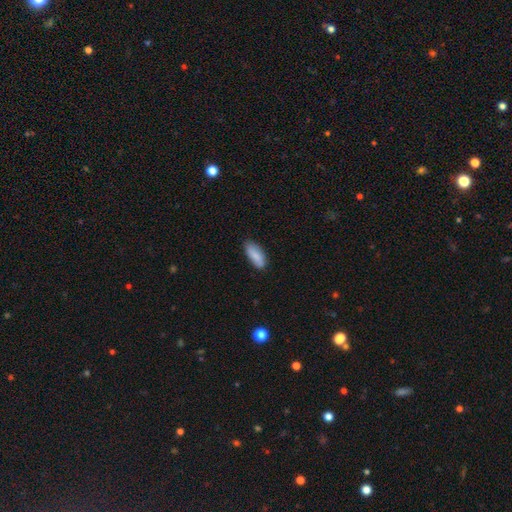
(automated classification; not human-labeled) smooth_or_featured: smooth (p=0.86) [alt: featured or disk p=0.08]
how_rounded: in between (p=0.79) [alt: cigar-shaped p=0.19]
merging: none (p=0.81) [alt: minor disturbance p=0.15]